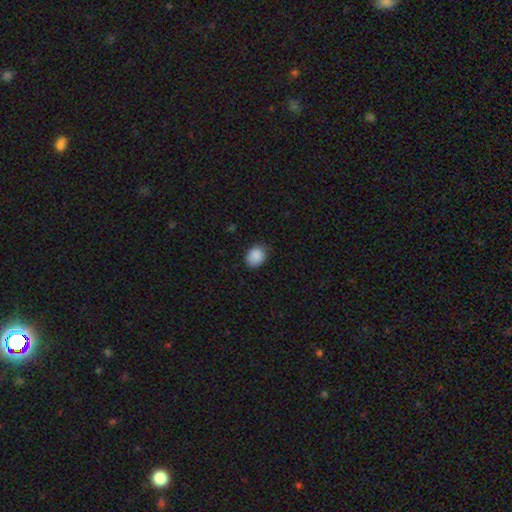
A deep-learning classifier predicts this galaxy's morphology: Smooth or featured?
  - smooth: 89% *
  - star or artifact: 8%
  - featured or disk: 3%
How rounded?
  - in between: 56% *
  - round: 43%
  - cigar-shaped: 1%
Merging?
  - none: 80% *
  - minor disturbance: 16%
  - major disturbance: 3%
  - merger: 1%